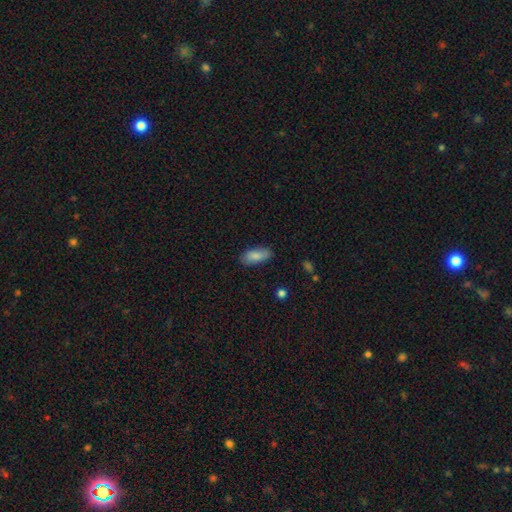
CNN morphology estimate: smooth-or-featured: smooth: 84% | featured or disk: 10% | star or artifact: 7%
  how-rounded: in between: 84% | cigar-shaped: 14% | round: 2%
  merging: none: 81% | minor disturbance: 15% | major disturbance: 3% | merger: 1%